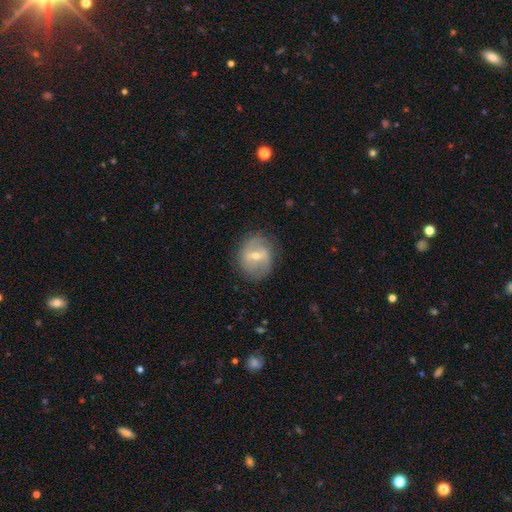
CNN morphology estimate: Smooth or featured? Predicted: featured or disk (p=0.60). Edge-on disk? Predicted: no (p=0.94). Bar? Predicted: weak (p=0.47). Spiral arms? Predicted: yes (p=0.56). Bulge size? Predicted: small (p=0.50). Merging? Predicted: none (p=0.79).